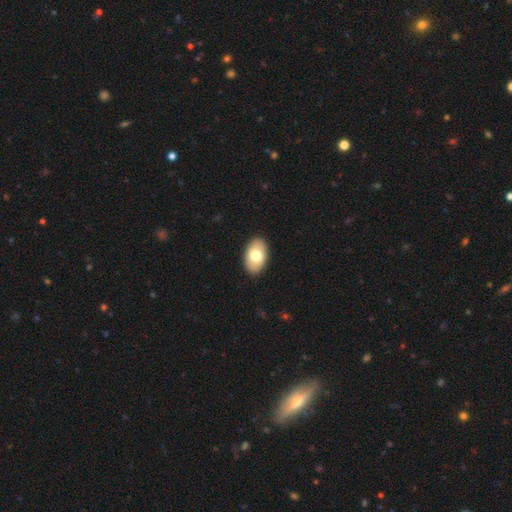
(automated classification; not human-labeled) smooth 73%, featured or disk 20%, star or artifact 6%. Down the decision tree: how rounded — in between (93%); merging — none (90%).